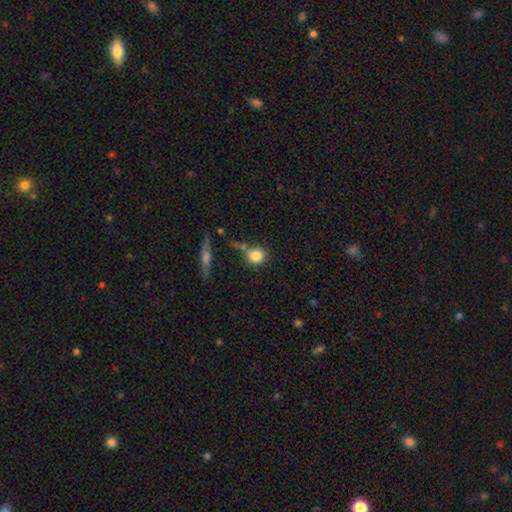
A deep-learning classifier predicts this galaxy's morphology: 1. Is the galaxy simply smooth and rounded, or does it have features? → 82% smooth, 9% star or artifact, 9% featured or disk.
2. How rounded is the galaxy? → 79% round, 19% in between, 2% cigar-shaped.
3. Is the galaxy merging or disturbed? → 65% none, 15% minor disturbance, 15% merger, 5% major disturbance.